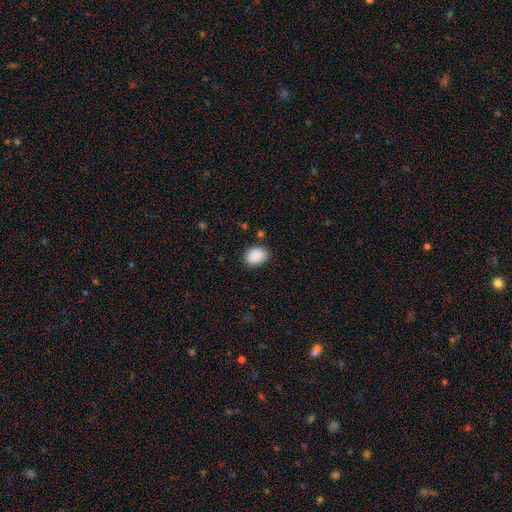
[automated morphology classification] Smooth or featured: smooth — 89% (star or artifact — 8%)
How rounded: in between — 67% (round — 32%)
Merging: none — 83% (minor disturbance — 12%)